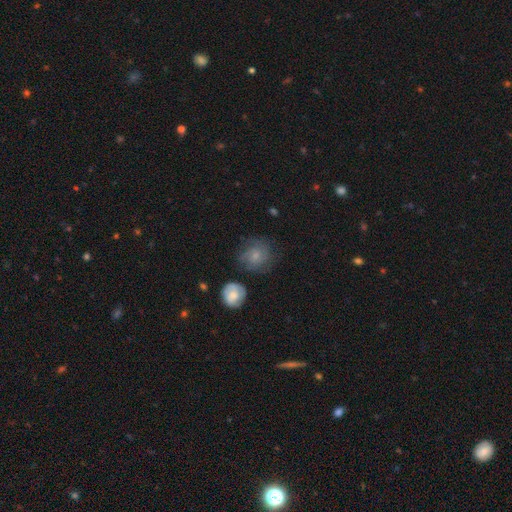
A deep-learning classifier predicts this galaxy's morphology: The model was most divided on "smooth or featured": smooth: 59%, featured or disk: 32%, star or artifact: 10%. More confident: how rounded — round (80%); merging — none (62%).